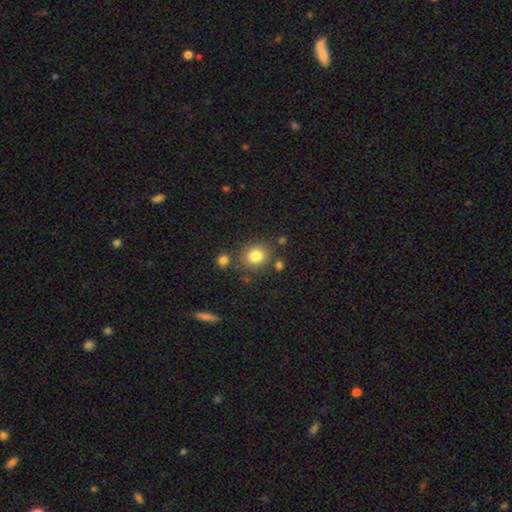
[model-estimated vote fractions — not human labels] A smooth galaxy with no disk features (82%) that is round (80%). Merging: none (78%).